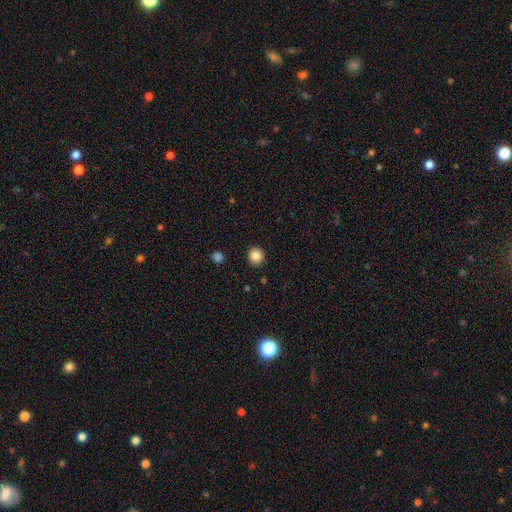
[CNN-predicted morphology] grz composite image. It shows a smooth galaxy with no disk features (87%) that is round (91%). Merging: none (91%).